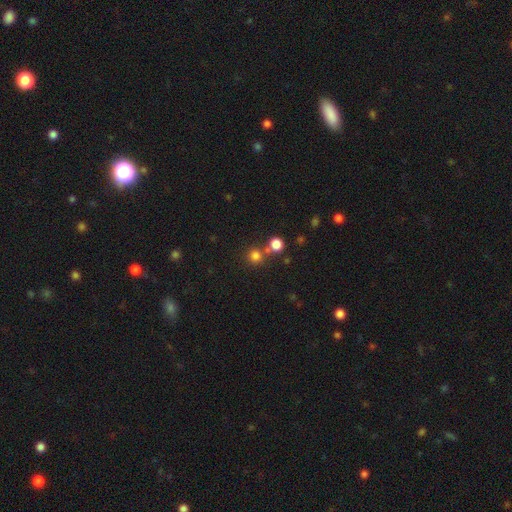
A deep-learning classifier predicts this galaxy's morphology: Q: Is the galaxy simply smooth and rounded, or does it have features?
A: smooth — 78%.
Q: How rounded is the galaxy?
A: round — 92%.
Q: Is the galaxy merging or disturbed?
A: none — 68%.